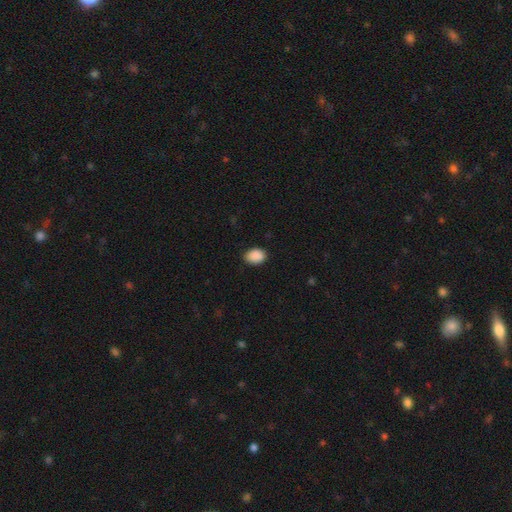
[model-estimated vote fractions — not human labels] The model was most divided on "how rounded": in between: 71%, round: 28%, cigar-shaped: 1%. More confident: smooth or featured — smooth (90%); merging — none (83%).